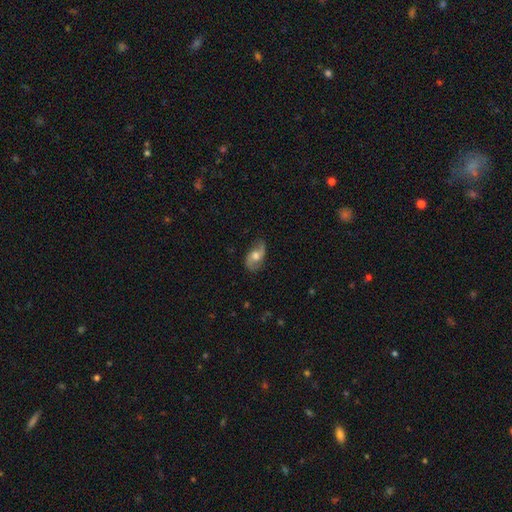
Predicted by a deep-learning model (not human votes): Smooth or featured: featured or disk — 71% (smooth — 22%)
Edge-on disk: no — 95% (yes — 5%)
Bar: no — 61% (weak — 32%)
Spiral arms: yes — 91% (no — 9%)
Spiral winding: loose — 58% (medium — 32%)
Spiral arm count: 2 — 89% (can't tell — 4%)
Bulge size: moderate — 65% (large — 19%)
Merging: none — 72% (minor disturbance — 20%)